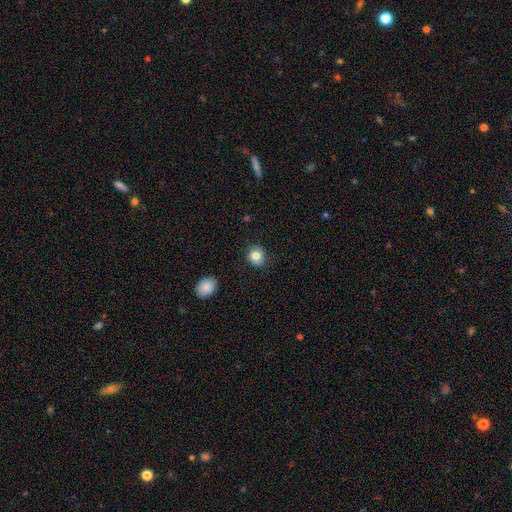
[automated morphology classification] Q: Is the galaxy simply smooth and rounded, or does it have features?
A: smooth — 83%.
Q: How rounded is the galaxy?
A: round — 79%.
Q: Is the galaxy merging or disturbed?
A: none — 87%.